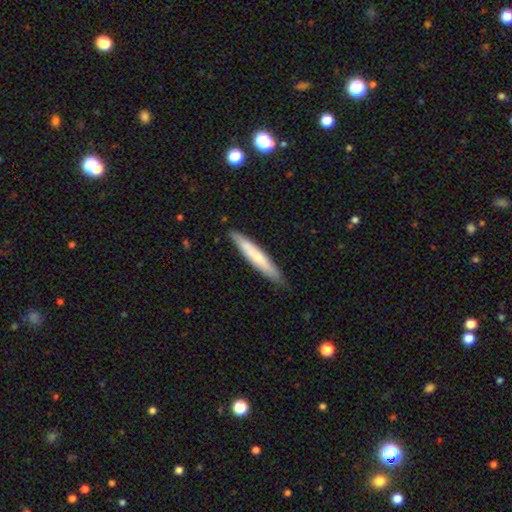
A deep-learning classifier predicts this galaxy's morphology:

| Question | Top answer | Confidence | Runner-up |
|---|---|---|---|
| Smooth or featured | smooth | 62% | featured or disk (33%) |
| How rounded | cigar-shaped | 93% | in between (5%) |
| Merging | none | 87% | minor disturbance (10%) |